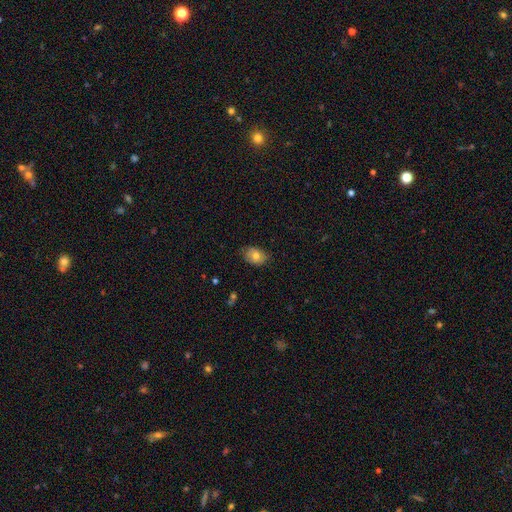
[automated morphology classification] type=smooth (75%); roundness=in between (72%); merging=none (79%).